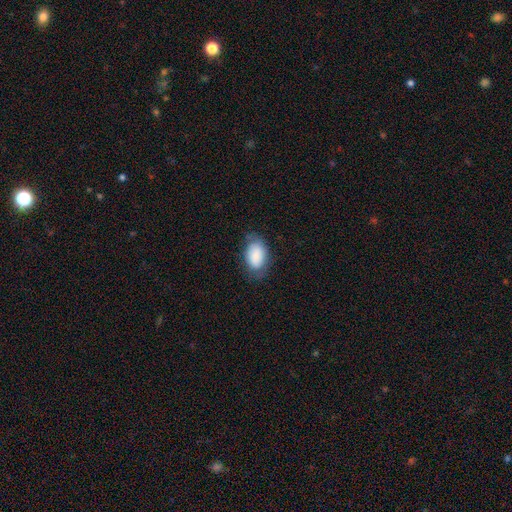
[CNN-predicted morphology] smooth-or-featured: smooth: 81% | featured or disk: 12% | star or artifact: 7%
  how-rounded: in between: 92% | round: 7% | cigar-shaped: 1%
  merging: none: 64% | minor disturbance: 26% | major disturbance: 8% | merger: 1%